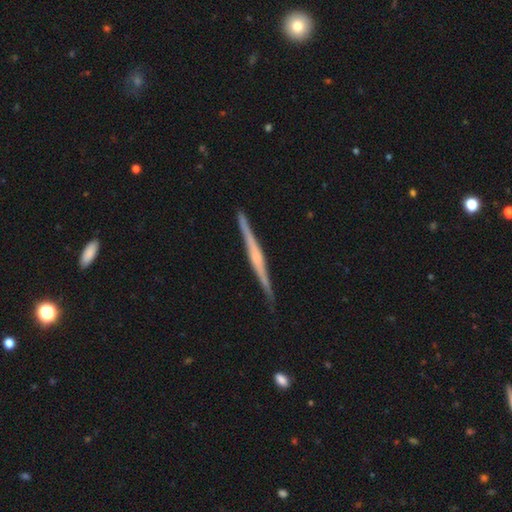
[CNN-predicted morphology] Smooth or featured? Predicted: featured or disk (p=0.79). Edge-on disk? Predicted: yes (p=0.98). Edge-on bulge? Predicted: rounded (p=0.49). Merging? Predicted: none (p=0.89).